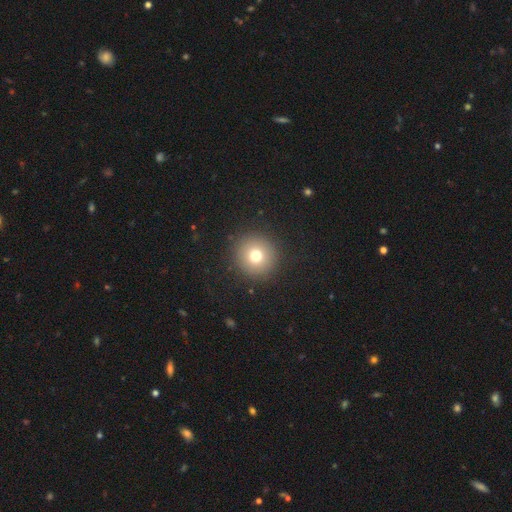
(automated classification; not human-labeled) smooth_or_featured: smooth (p=0.74) [alt: star or artifact p=0.14]
how_rounded: round (p=0.95) [alt: in between p=0.04]
merging: none (p=0.91) [alt: minor disturbance p=0.05]